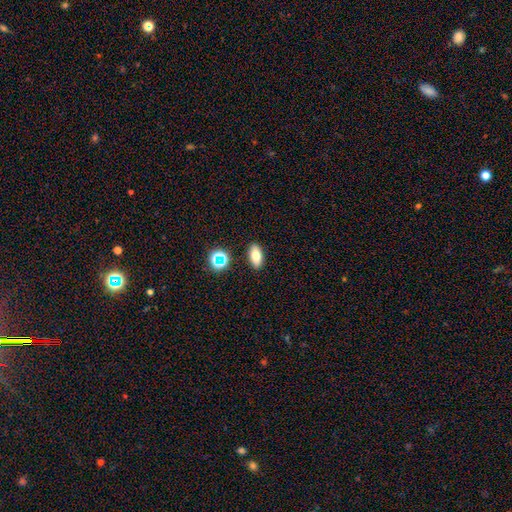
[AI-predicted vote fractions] This is likely a smooth galaxy (70%). How rounded: clearly in between (83%). Merging: clearly none (88%).